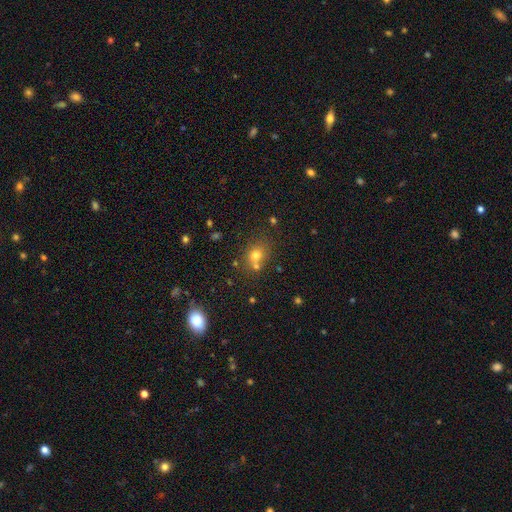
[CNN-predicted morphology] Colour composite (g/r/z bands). It shows a smooth galaxy with no disk features (69%) that is round (71%). Merging: none (58%).